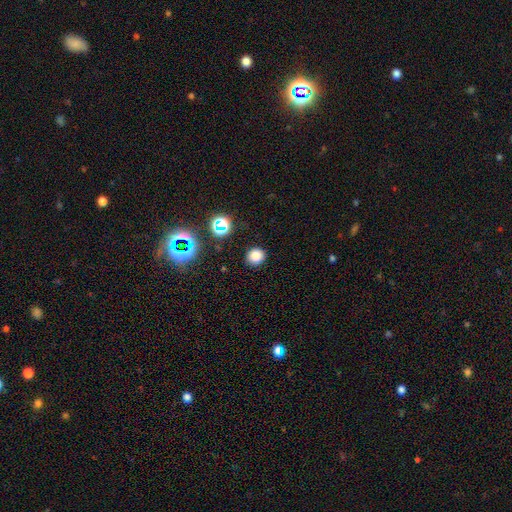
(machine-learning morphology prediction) type=smooth (79%); roundness=round (90%); merging=none (89%).